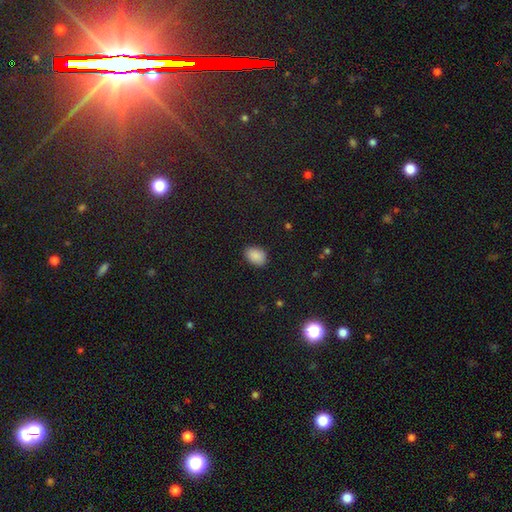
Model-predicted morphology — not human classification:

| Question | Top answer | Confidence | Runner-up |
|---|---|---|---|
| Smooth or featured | smooth | 88% | star or artifact (9%) |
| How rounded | in between | 80% | round (19%) |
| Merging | none | 86% | minor disturbance (11%) |